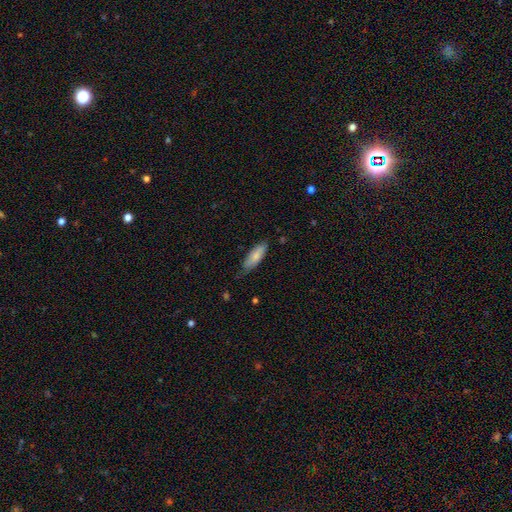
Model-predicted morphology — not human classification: Smooth or featured?
  - smooth: 78% *
  - featured or disk: 16%
  - star or artifact: 6%
How rounded?
  - in between: 61% *
  - cigar-shaped: 38%
  - round: 2%
Merging?
  - none: 69% *
  - minor disturbance: 26%
  - major disturbance: 4%
  - merger: 1%